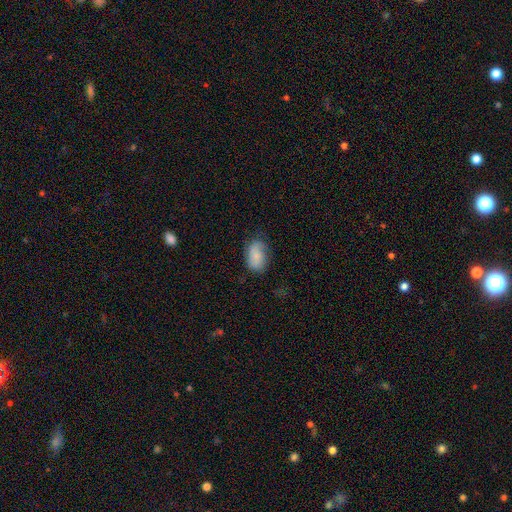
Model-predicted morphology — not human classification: Smooth or featured? smooth (75%)
How rounded? in between (88%)
Merging? none (65%)